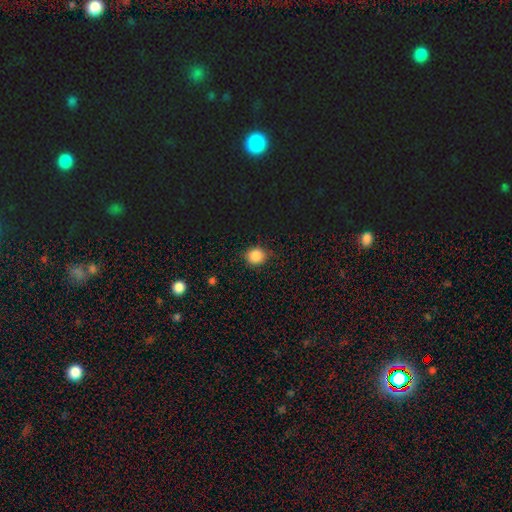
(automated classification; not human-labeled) A smooth galaxy with no disk features (84%) that is round (82%). Merging: none (84%).